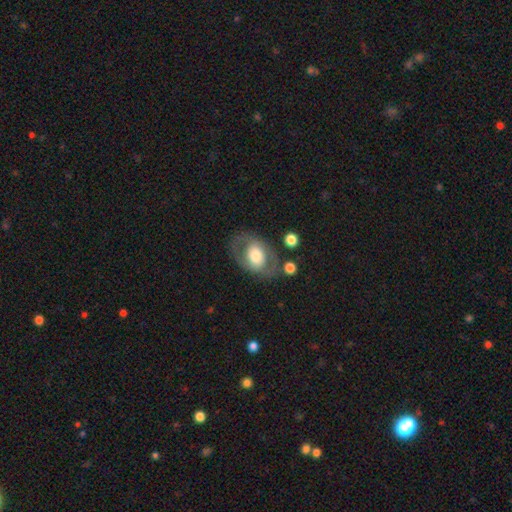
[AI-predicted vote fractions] Smooth or featured? smooth (49%)
Merging? none (66%)